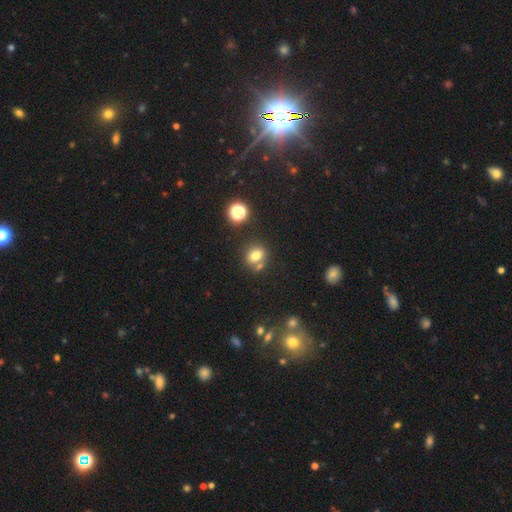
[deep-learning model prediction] smooth_or_featured: smooth (p=0.74) [alt: star or artifact p=0.15]
how_rounded: round (p=0.58) [alt: in between p=0.40]
merging: none (p=0.61) [alt: merger p=0.23]